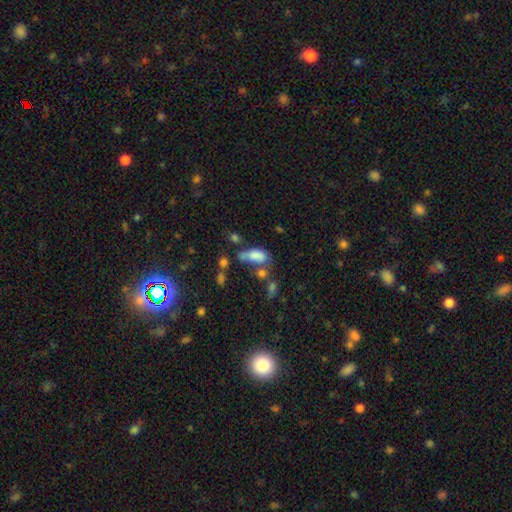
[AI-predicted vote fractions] Morphology: type=smooth (73%); roundness=in between (82%); merging=merger (26%, tied with none).